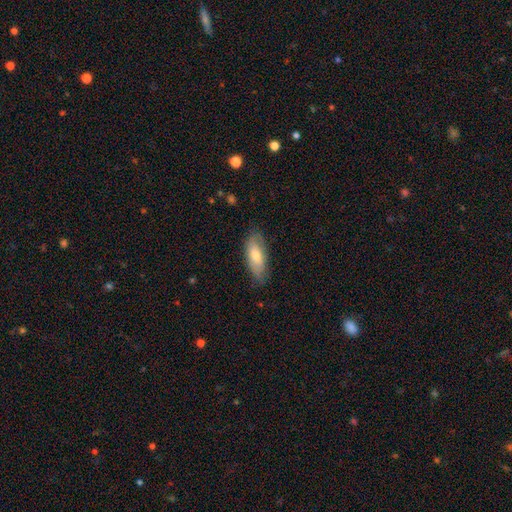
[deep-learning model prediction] A smooth galaxy with no disk features (66%) that is in between round and cigar-shaped (74%).

Vote fractions:
- Smooth or featured? smooth: 66% / featured or disk: 28% / star or artifact: 6%
- How rounded? in between: 74% / cigar-shaped: 24% / round: 2%
- Merging? none: 77% / minor disturbance: 18% / major disturbance: 3% / merger: 1%